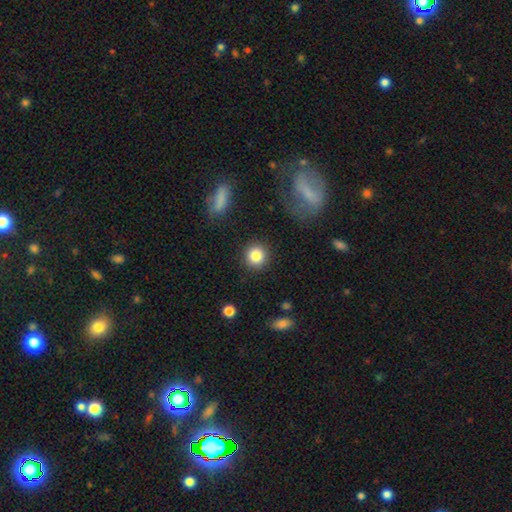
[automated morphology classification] This appears to be a smooth galaxy with no disk features (85%) that is round (91%). Merging: none (89%).